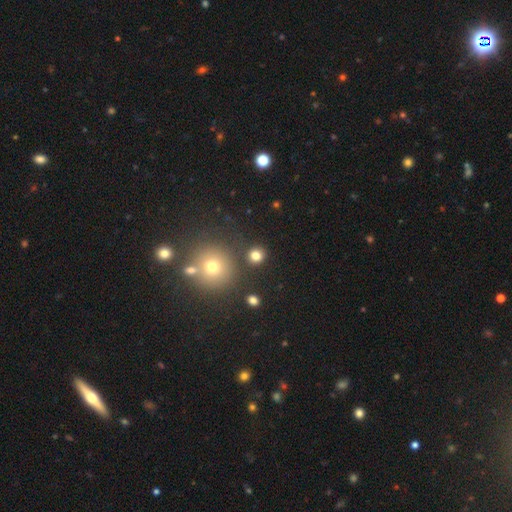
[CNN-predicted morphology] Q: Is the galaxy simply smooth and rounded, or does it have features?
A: smooth — 79%.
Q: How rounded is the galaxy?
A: round — 89%.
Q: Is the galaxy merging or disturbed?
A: none — 84%.